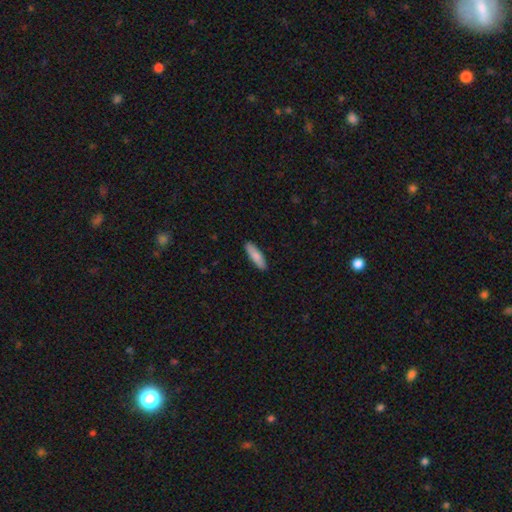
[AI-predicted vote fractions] Smooth or featured?
  - smooth: 83% *
  - featured or disk: 11%
  - star or artifact: 6%
How rounded?
  - cigar-shaped: 67% *
  - in between: 32%
  - round: 2%
Merging?
  - none: 90% *
  - minor disturbance: 7%
  - major disturbance: 2%
  - merger: 1%